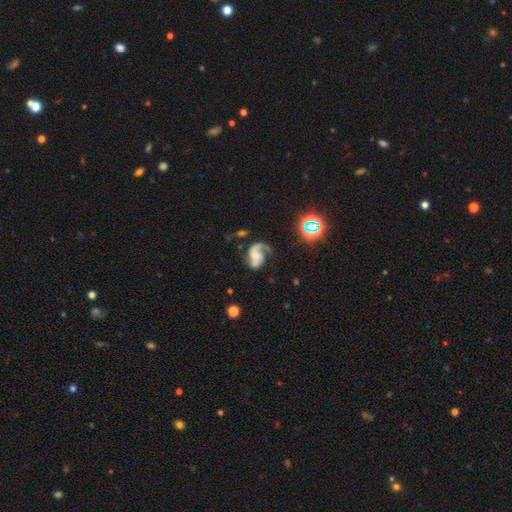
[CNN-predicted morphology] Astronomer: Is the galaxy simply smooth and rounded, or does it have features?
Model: featured or disk — 83%.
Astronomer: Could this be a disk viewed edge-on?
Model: no — 98%.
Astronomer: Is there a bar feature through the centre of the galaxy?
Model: no — 56% (runner-up: weak, 34%).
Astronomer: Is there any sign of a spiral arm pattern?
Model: yes — 96%.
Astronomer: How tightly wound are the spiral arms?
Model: loose — 45% (runner-up: medium, 44%).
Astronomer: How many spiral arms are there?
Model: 2 — 68%.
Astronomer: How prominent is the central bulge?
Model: small — 37% (runner-up: none, 31%).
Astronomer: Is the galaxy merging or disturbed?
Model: none — 50%.